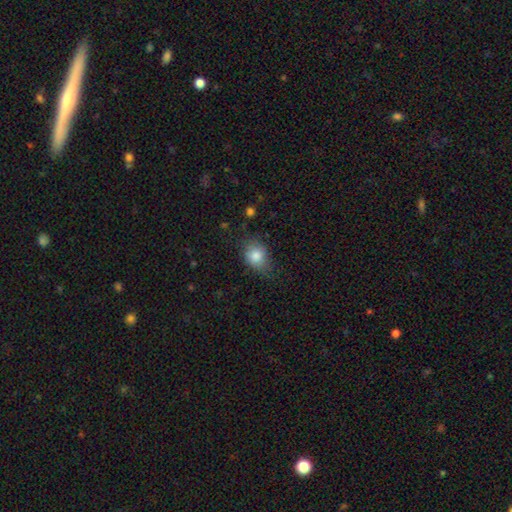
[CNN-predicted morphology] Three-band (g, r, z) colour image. It shows a smooth galaxy with no disk features (83%) that is in between round and cigar-shaped (53%). Merging: none (57%).